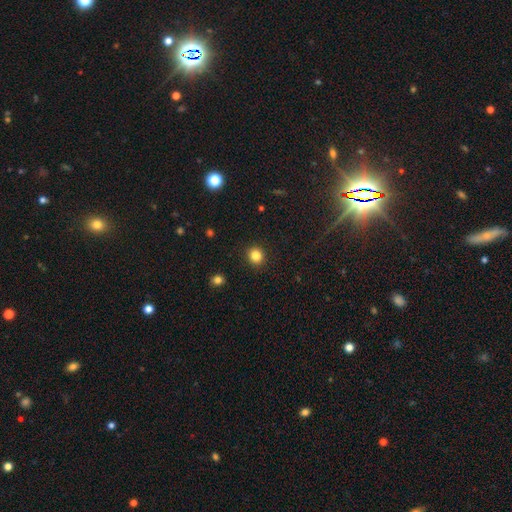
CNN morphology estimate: Smooth or featured: smooth — 84% (star or artifact — 12%)
How rounded: round — 89% (in between — 10%)
Merging: none — 92% (minor disturbance — 5%)